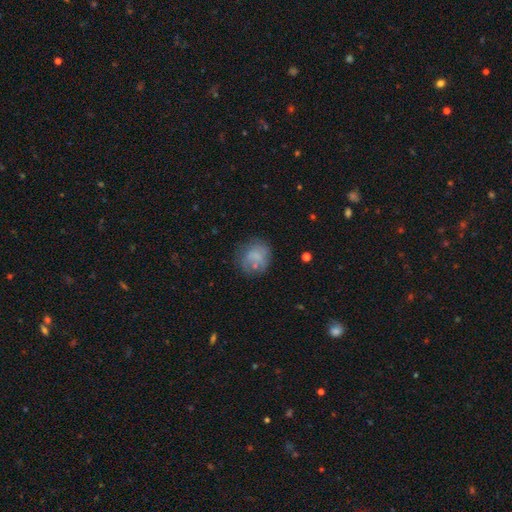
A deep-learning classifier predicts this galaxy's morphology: smooth-or-featured: smooth: 67% | featured or disk: 23% | star or artifact: 10%
  how-rounded: round: 81% | in between: 18% | cigar-shaped: 1%
  merging: none: 60% | minor disturbance: 22% | major disturbance: 13% | merger: 4%